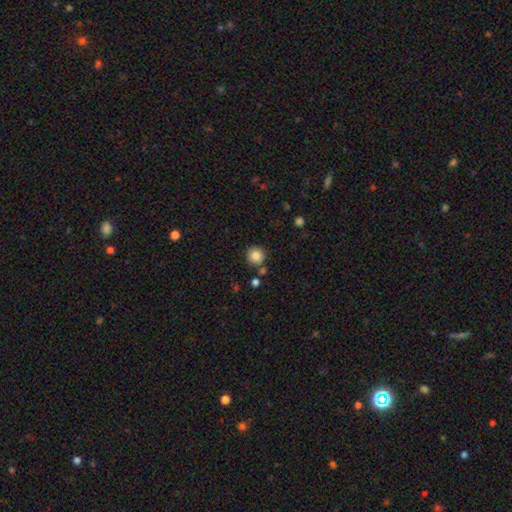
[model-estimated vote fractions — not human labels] smooth-or-featured: smooth: 85% | star or artifact: 10% | featured or disk: 5%
  how-rounded: round: 94% | in between: 5% | cigar-shaped: 1%
  merging: none: 82% | minor disturbance: 8% | merger: 7% | major disturbance: 3%